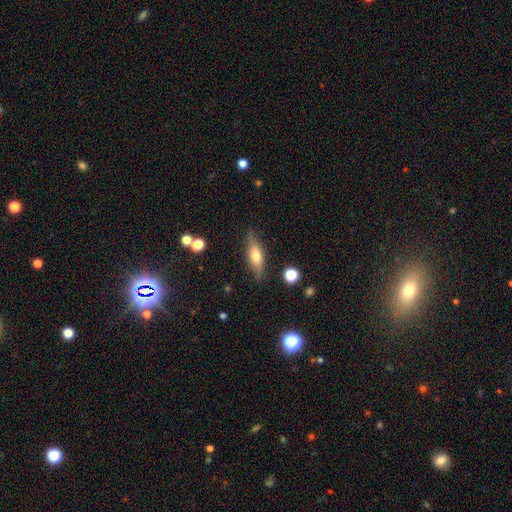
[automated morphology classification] Overall: smooth (51%; featured or disk 42%). How rounded: cigar-shaped (56%; in between 41%). Merging: none (83%).